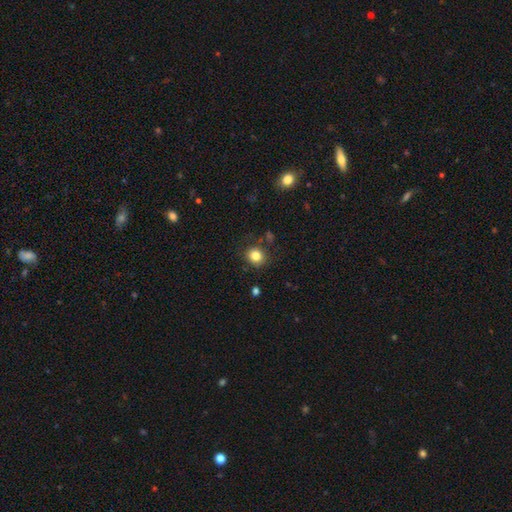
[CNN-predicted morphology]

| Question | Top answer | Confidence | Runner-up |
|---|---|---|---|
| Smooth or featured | smooth | 82% | star or artifact (12%) |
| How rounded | round | 81% | in between (18%) |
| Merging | none | 84% | minor disturbance (10%) |